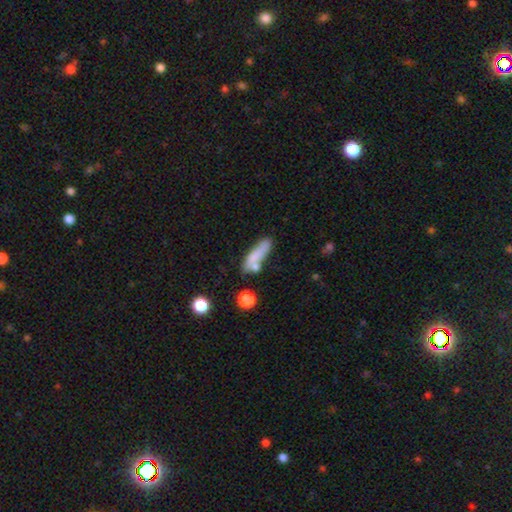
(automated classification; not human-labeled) smooth_or_featured: smooth (p=0.73) [alt: featured or disk p=0.18]
how_rounded: cigar-shaped (p=0.61) [alt: in between p=0.36]
merging: none (p=0.54) [alt: minor disturbance p=0.20]